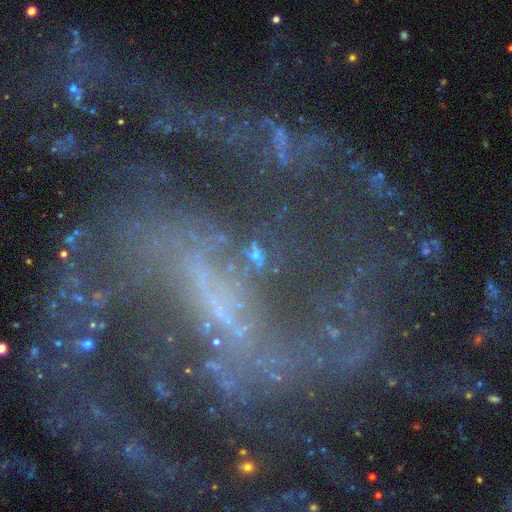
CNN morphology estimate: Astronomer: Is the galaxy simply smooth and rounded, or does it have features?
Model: featured or disk — 63%.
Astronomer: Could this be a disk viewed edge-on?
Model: no — 92%.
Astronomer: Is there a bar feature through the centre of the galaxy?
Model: strong — 36%, tied with no at 36%.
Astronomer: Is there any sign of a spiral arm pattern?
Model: yes — 63%.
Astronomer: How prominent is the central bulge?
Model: none — 44% (runner-up: small, 36%).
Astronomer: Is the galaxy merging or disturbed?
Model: none — 43% (runner-up: major disturbance, 32%).